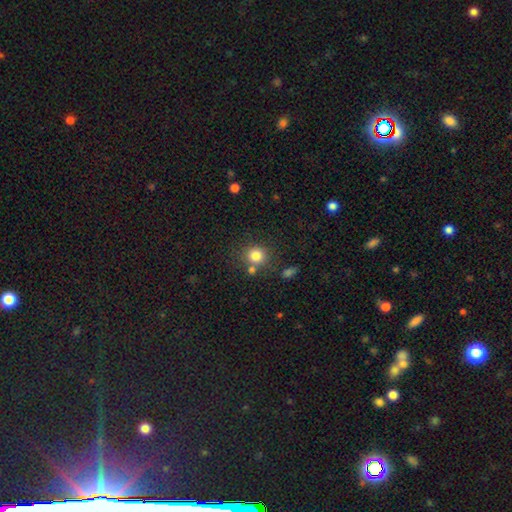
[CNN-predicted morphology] Smooth or featured? Predicted: smooth (p=0.82). How rounded? Predicted: round (p=0.87). Merging? Predicted: none (p=0.72).